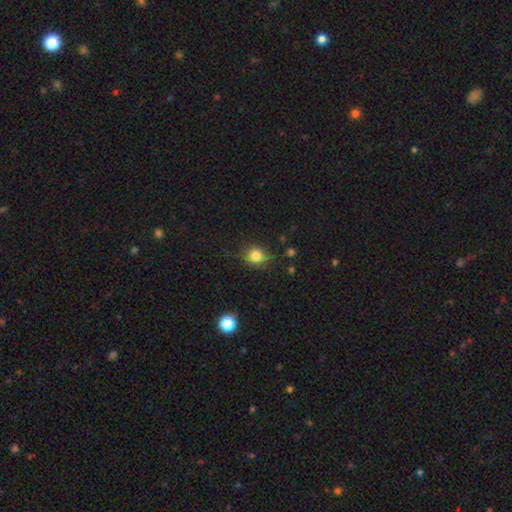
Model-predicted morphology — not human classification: Overall: smooth (82%). How rounded: round (78%). Merging: none (78%).